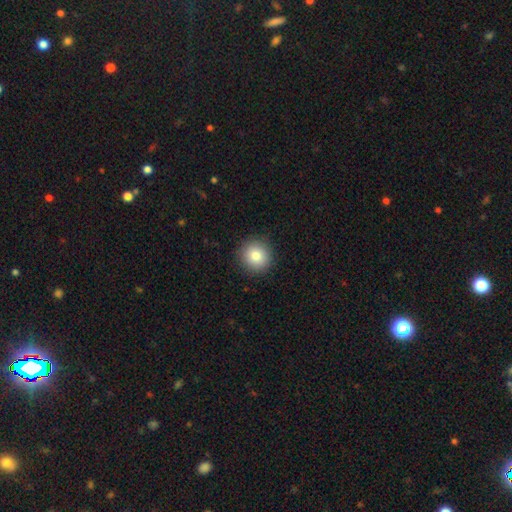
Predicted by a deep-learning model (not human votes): The model was most divided on "smooth or featured": smooth: 83%, star or artifact: 9%, featured or disk: 7%. More confident: how rounded — round (93%); merging — none (91%).